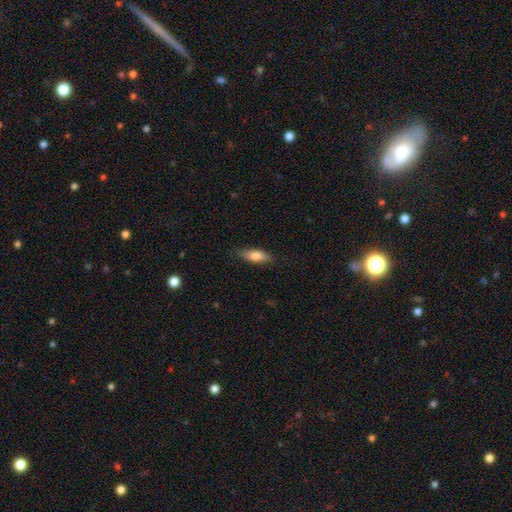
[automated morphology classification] A smooth galaxy with no disk features (77%) that is in between round and cigar-shaped (68%). Merging: none (83%).